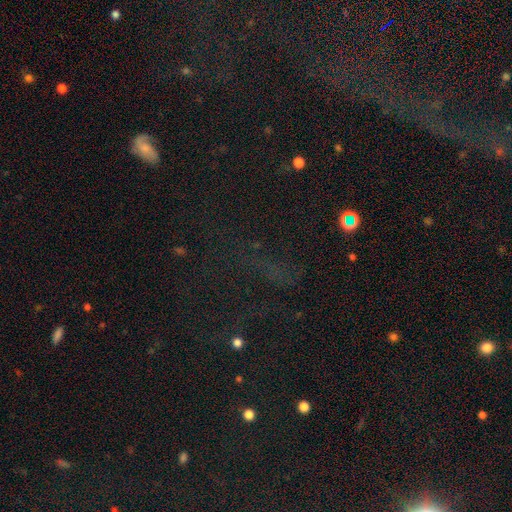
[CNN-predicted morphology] smooth_or_featured: star or artifact (p=0.73) [alt: smooth p=0.15]